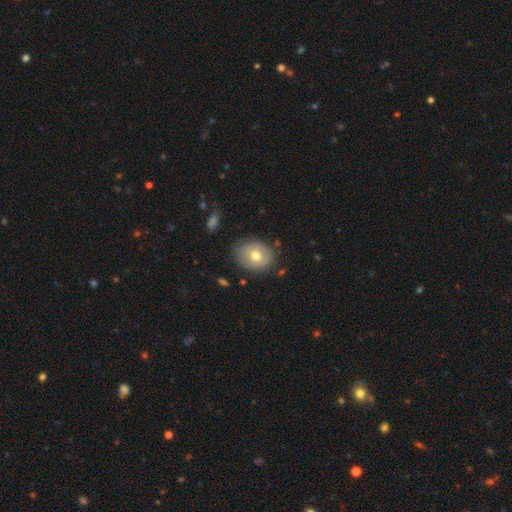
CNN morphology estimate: Q: Smooth or featured?
A: smooth (65%); runner-up: featured or disk (27%)
Q: How rounded?
A: round (52%); runner-up: in between (48%)
Q: Merging?
A: none (78%); runner-up: minor disturbance (16%)